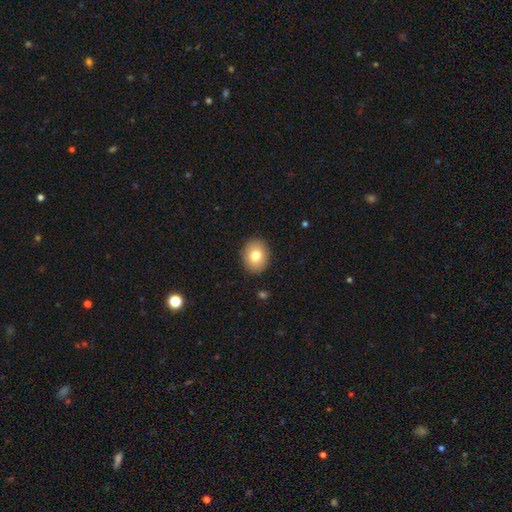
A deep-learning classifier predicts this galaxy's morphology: smooth 77%, featured or disk 13%, star or artifact 9%. Down the decision tree: how rounded — round (56%); merging — none (89%).